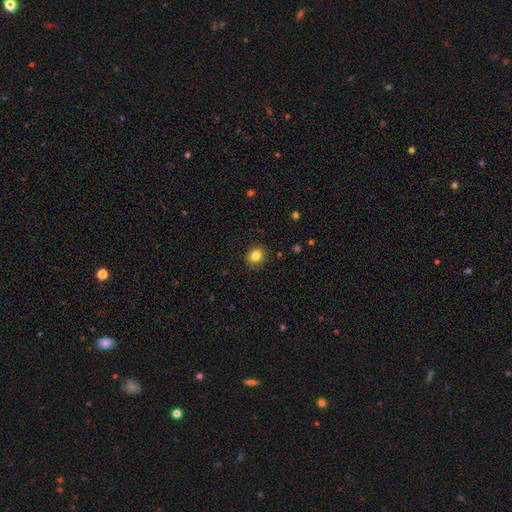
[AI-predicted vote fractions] Overall: smooth (84%). How rounded: round (73%). Merging: none (89%).